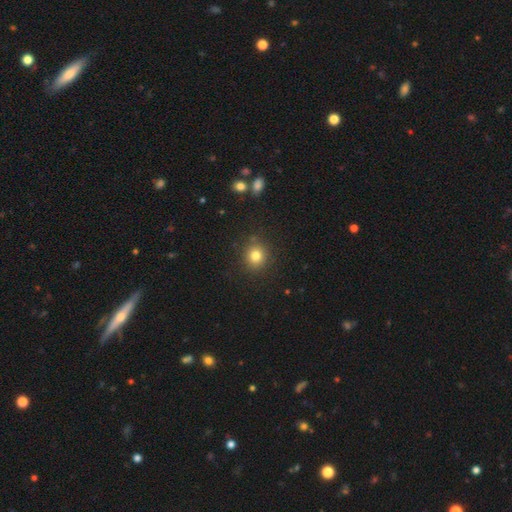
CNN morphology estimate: The model was most divided on "smooth or featured": smooth: 80%, star or artifact: 13%, featured or disk: 7%. More confident: merging — none (87%); how rounded — round (86%).